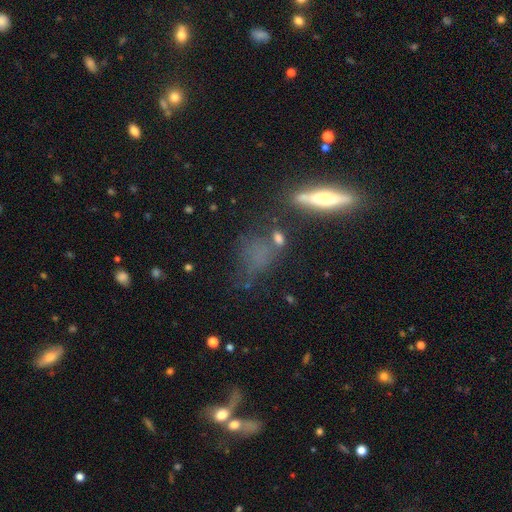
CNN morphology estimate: The model was most divided on "smooth or featured": smooth: 50%, featured or disk: 29%, star or artifact: 21%. Remaining: merging — none (45%).